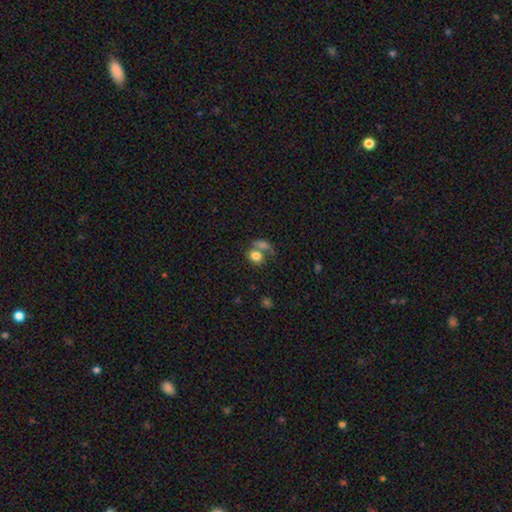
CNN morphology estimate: Smooth or featured?
  - smooth: 80% *
  - star or artifact: 10%
  - featured or disk: 10%
How rounded?
  - in between: 55% *
  - round: 43%
  - cigar-shaped: 2%
Merging?
  - none: 42% *
  - merger: 41%
  - minor disturbance: 11%
  - major disturbance: 6%